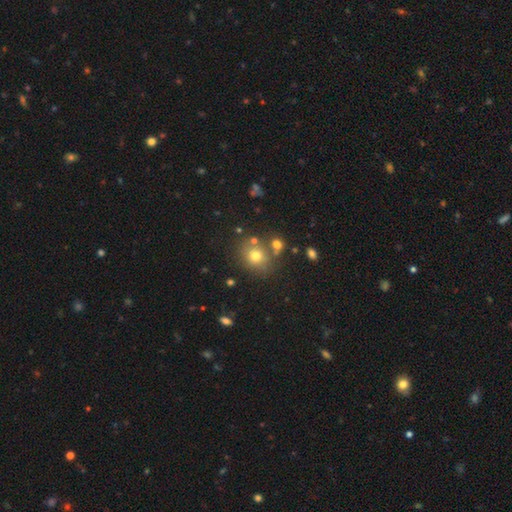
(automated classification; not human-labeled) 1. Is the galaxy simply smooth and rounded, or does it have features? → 71% smooth, 17% star or artifact, 12% featured or disk.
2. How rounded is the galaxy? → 77% round, 23% in between, 1% cigar-shaped.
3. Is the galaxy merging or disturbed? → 69% none, 14% merger, 12% minor disturbance, 4% major disturbance.